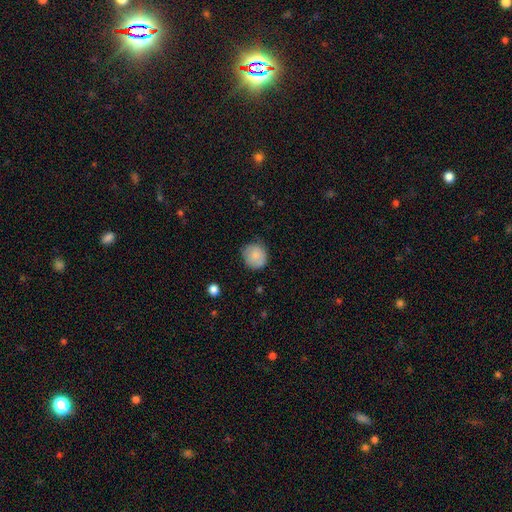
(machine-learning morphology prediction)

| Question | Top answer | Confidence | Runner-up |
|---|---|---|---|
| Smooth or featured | smooth | 83% | featured or disk (9%) |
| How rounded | round | 87% | in between (12%) |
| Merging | none | 75% | minor disturbance (20%) |